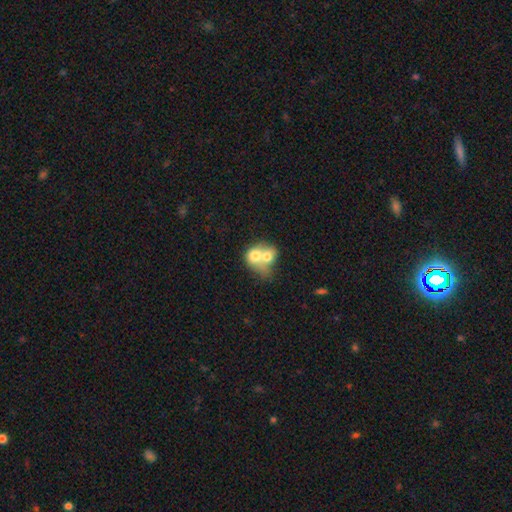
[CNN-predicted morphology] A smooth galaxy with no disk features (66%) that is round (60%).

Vote fractions:
- Smooth or featured? smooth: 66% / featured or disk: 26% / star or artifact: 8%
- How rounded? round: 60% / in between: 39% / cigar-shaped: 1%
- Merging? merger: 80% / none: 12% / minor disturbance: 5% / major disturbance: 4%